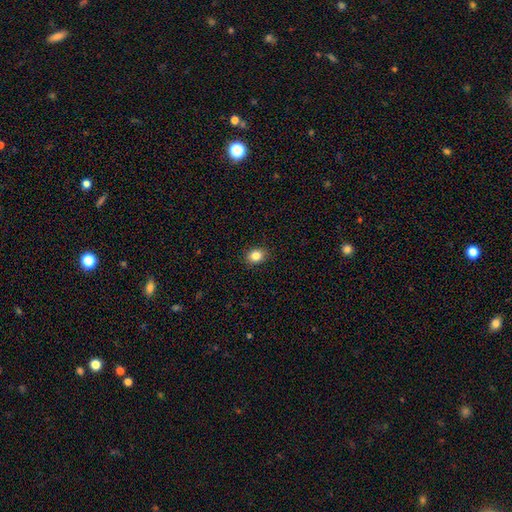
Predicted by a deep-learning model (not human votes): smooth-or-featured: smooth: 85% | star or artifact: 10% | featured or disk: 5%
  how-rounded: round: 50% (tied) | in between: 50% (tied) | cigar-shaped: 1%
  merging: none: 90% | minor disturbance: 8% | major disturbance: 2% | merger: 1%